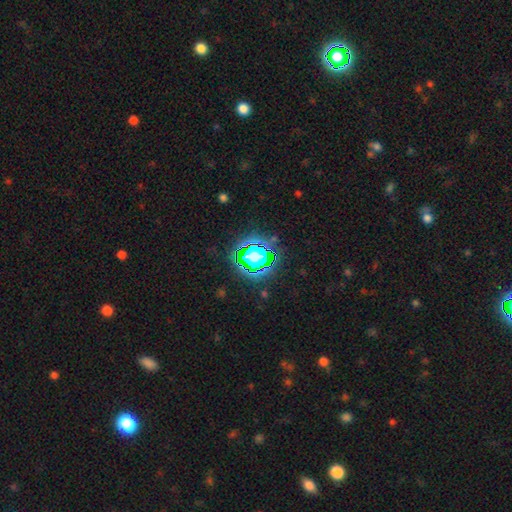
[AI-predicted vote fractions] The model was most divided on "smooth or featured": star or artifact: 62%, smooth: 23%, featured or disk: 15%.